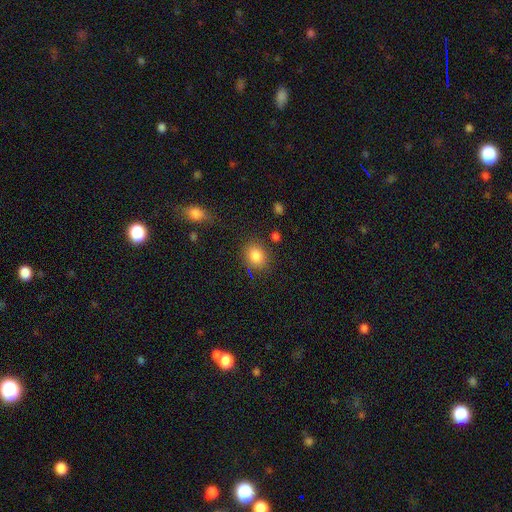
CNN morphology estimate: Smooth or featured?
  - smooth: 84% *
  - star or artifact: 10%
  - featured or disk: 6%
How rounded?
  - round: 55% *
  - in between: 44%
  - cigar-shaped: 1%
Merging?
  - none: 82% *
  - minor disturbance: 12%
  - major disturbance: 4%
  - merger: 3%